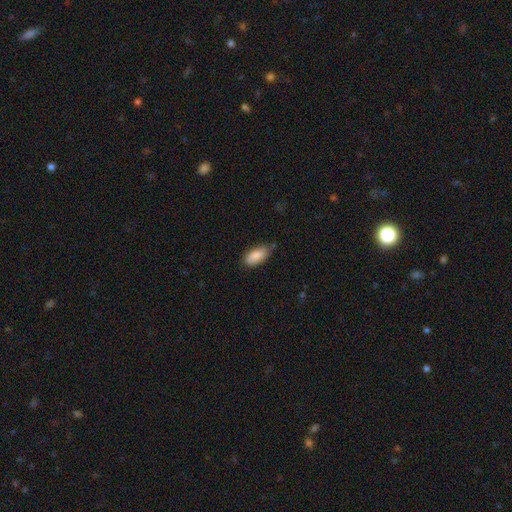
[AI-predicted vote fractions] A smooth galaxy with no disk features (85%) that is in between round and cigar-shaped (90%).

Vote fractions:
- Smooth or featured? smooth: 85% / featured or disk: 8% / star or artifact: 6%
- How rounded? in between: 90% / cigar-shaped: 7% / round: 2%
- Merging? none: 60% / minor disturbance: 32% / major disturbance: 5% / merger: 2%